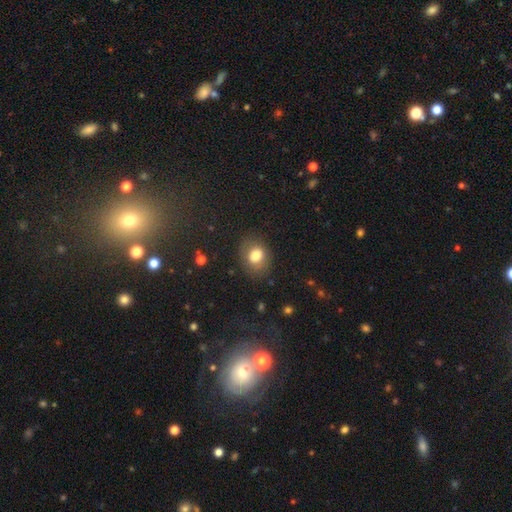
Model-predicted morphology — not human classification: Q: Smooth or featured?
A: smooth (78%); runner-up: featured or disk (12%)
Q: How rounded?
A: in between (51%); runner-up: round (48%)
Q: Merging?
A: none (79%); runner-up: minor disturbance (14%)